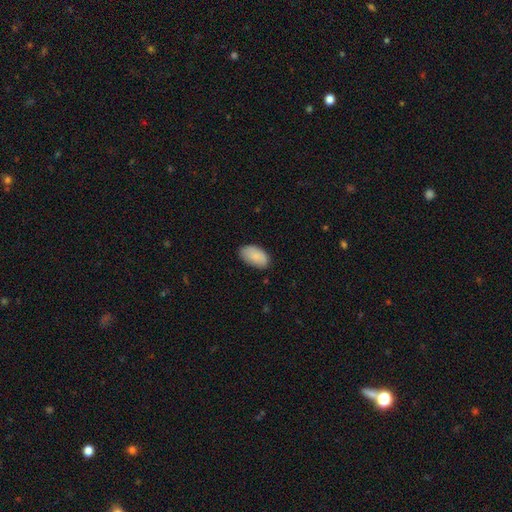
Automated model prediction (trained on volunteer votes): This is clearly a smooth galaxy (88%). How rounded: clearly in between (95%). Merging: likely none (79%).